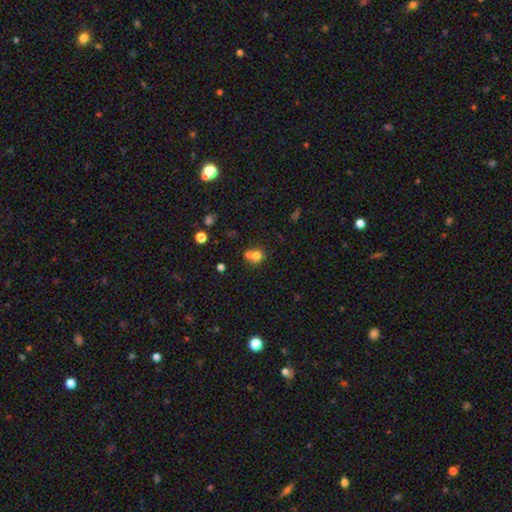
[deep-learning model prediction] smooth_or_featured: smooth (p=0.73) [alt: featured or disk p=0.14]
how_rounded: round (p=0.75) [alt: in between p=0.24]
merging: merger (p=0.48) [alt: none p=0.36]